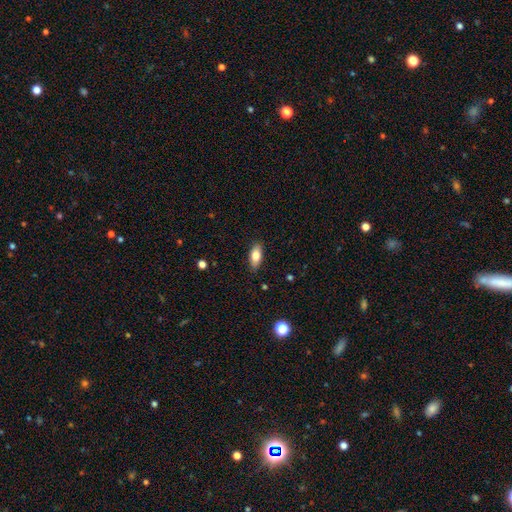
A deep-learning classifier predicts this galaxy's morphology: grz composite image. It shows a smooth galaxy with no disk features (80%) that is in between round and cigar-shaped (85%). Merging: none (86%).